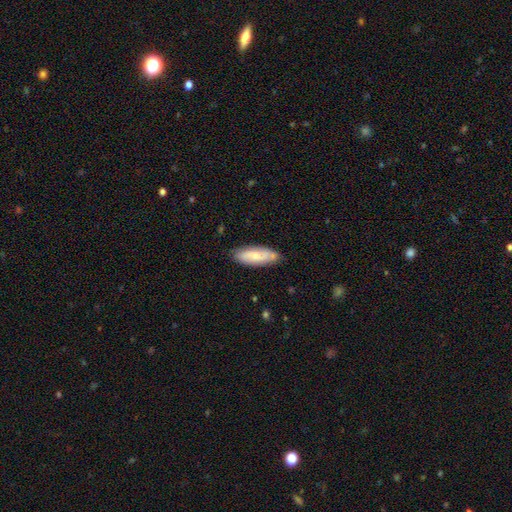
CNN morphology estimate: Overall: smooth (67%). How rounded: in between (63%; cigar-shaped 35%). Merging: none (77%).